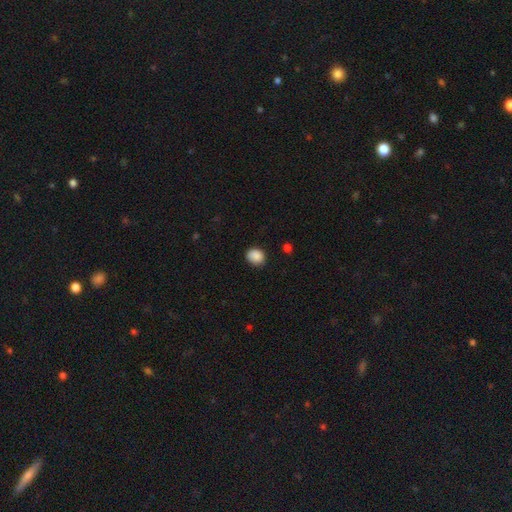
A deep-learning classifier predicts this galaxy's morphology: Q: Smooth or featured?
A: smooth (88%); runner-up: star or artifact (8%)
Q: How rounded?
A: round (55%); runner-up: in between (44%)
Q: Merging?
A: none (82%); runner-up: minor disturbance (14%)